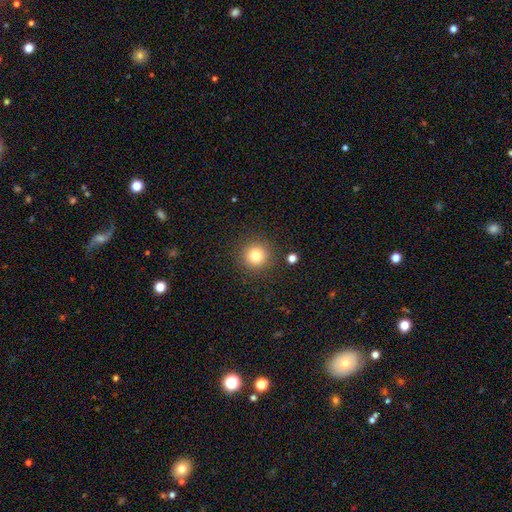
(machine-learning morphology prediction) This is likely a smooth galaxy (79%). How rounded: clearly round (95%). Merging: clearly none (89%).